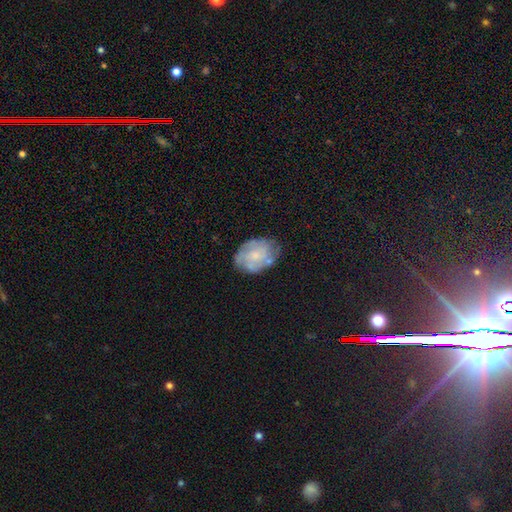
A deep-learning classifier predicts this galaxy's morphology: Smooth or featured?
  - featured or disk: 56% *
  - smooth: 36%
  - star or artifact: 7%
Edge-on disk?
  - no: 97% *
  - yes: 3%
Bar?
  - no: 79% *
  - weak: 18%
  - strong: 3%
Spiral arms?
  - yes: 64% *
  - no: 36%
Bulge size?
  - small: 51% *
  - moderate: 34%
  - none: 11%
  - large: 3%
  - dominant: 1%
Merging?
  - none: 66% *
  - minor disturbance: 23%
  - major disturbance: 8%
  - merger: 3%